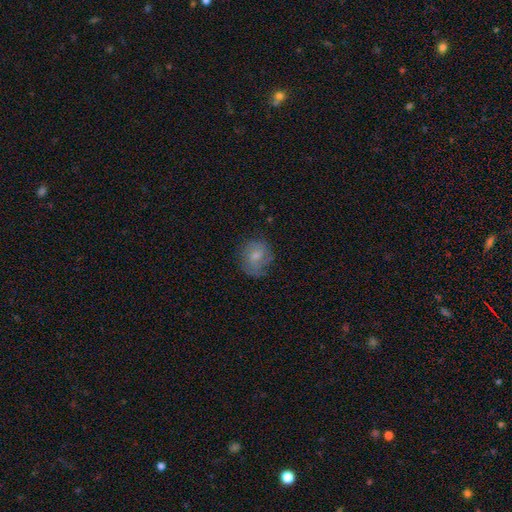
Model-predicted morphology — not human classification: Overall: smooth (58%; featured or disk 33%). How rounded: round (71%). Merging: none (63%; minor disturbance 24%).